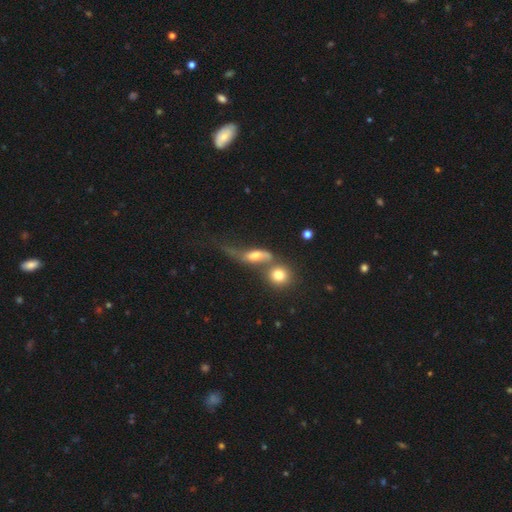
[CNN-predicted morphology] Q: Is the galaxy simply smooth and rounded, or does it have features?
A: smooth — 45%.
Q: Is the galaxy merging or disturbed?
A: merger — 49%.